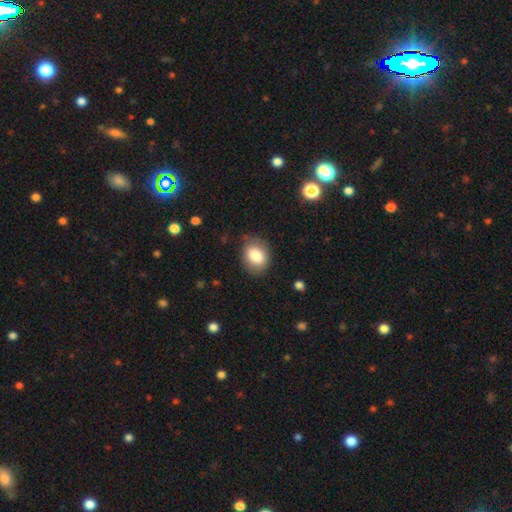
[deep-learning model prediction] Morphology: type=smooth (81%); roundness=in between (60%); merging=none (74%).